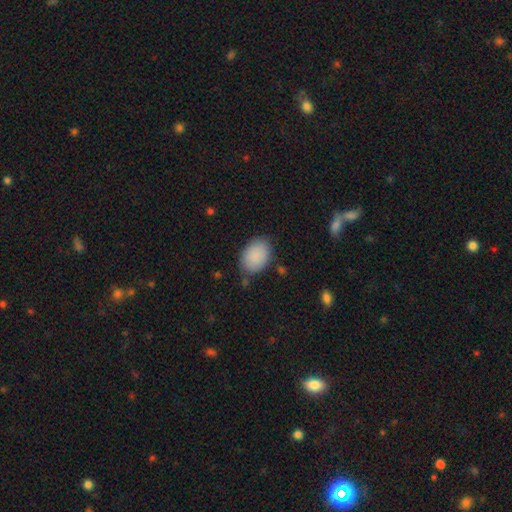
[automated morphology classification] smooth_or_featured: smooth (p=0.89) [alt: star or artifact p=0.06]
how_rounded: in between (p=0.80) [alt: round p=0.19]
merging: none (p=0.79) [alt: minor disturbance p=0.15]